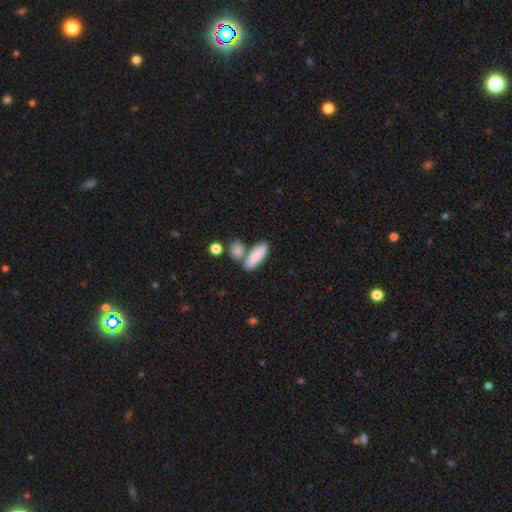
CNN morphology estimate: smooth_or_featured: smooth (p=0.85) [alt: featured or disk p=0.09]
how_rounded: in between (p=0.70) [alt: cigar-shaped p=0.27]
merging: none (p=0.61) [alt: merger p=0.23]